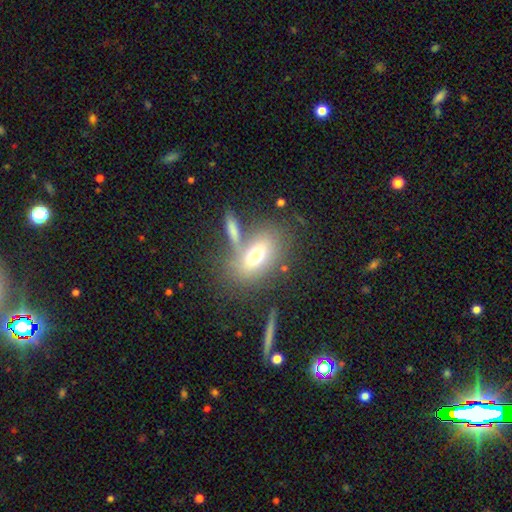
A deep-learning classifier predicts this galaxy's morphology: Smooth or featured? Predicted: smooth (p=0.66). How rounded? Predicted: in between (p=0.79). Merging? Predicted: none (p=0.57).